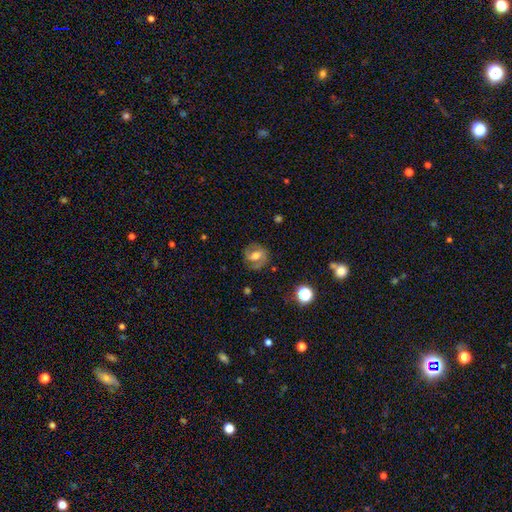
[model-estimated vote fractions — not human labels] This appears to be a featured or disk galaxy (63%) with a weak bar (45%), 2 (79%) medium (47%) spiral arms (84%) and a moderate central bulge (63%). Merging: none (75%).